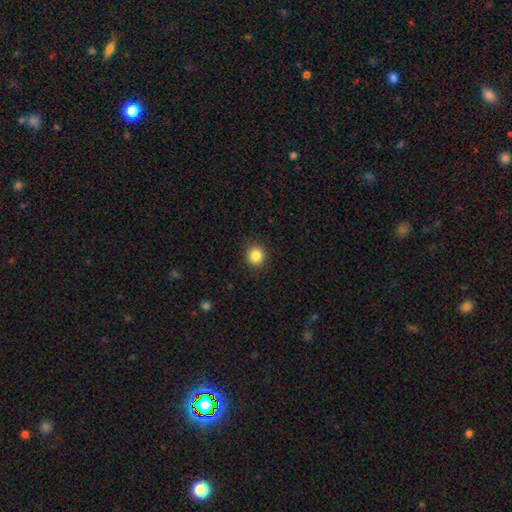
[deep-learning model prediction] A smooth galaxy with no disk features (86%) that is round (90%).

Vote fractions:
- Smooth or featured? smooth: 86% / star or artifact: 10% / featured or disk: 4%
- How rounded? round: 90% / in between: 9% / cigar-shaped: 1%
- Merging? none: 91% / minor disturbance: 6% / major disturbance: 2% / merger: 1%